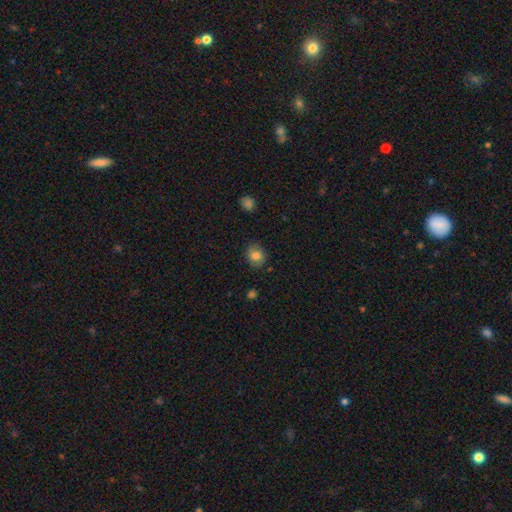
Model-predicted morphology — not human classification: smooth_or_featured: smooth (p=0.80) [alt: featured or disk p=0.10]
how_rounded: round (p=0.68) [alt: in between p=0.31]
merging: none (p=0.82) [alt: minor disturbance p=0.14]